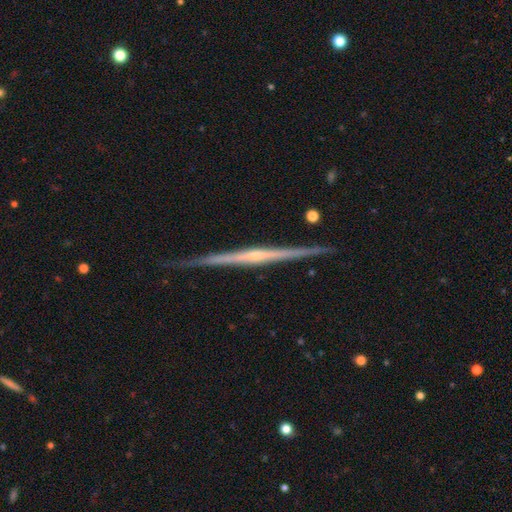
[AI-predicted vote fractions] This is clearly a featured or disk galaxy (84%). It is clearly viewed edge-on (98%). Edge-on bulge: possibly rounded (52%). Merging: clearly none (89%).